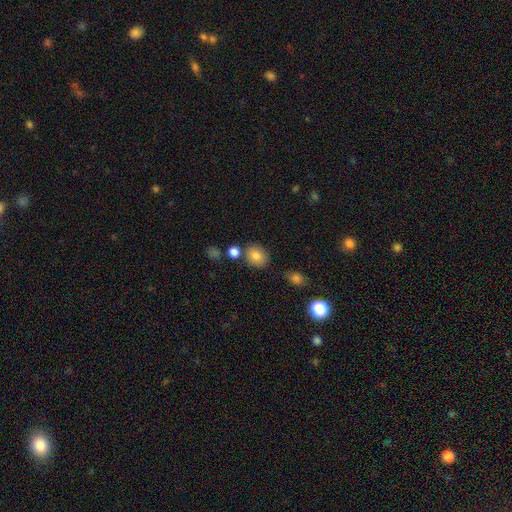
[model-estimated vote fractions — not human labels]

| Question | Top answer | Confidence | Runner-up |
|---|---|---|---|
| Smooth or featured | smooth | 81% | star or artifact (11%) |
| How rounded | round | 70% | in between (29%) |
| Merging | none | 77% | minor disturbance (10%) |